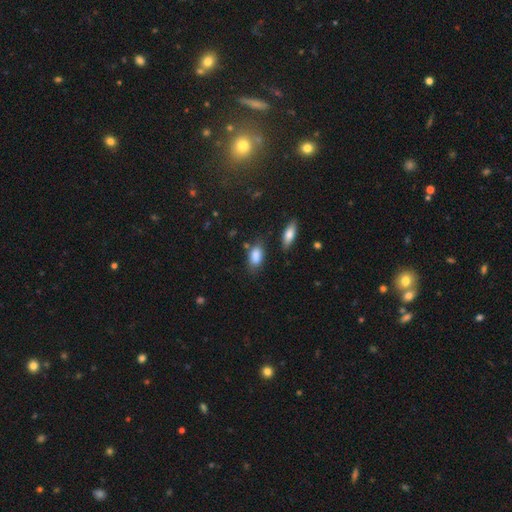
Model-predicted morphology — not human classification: Q: Smooth or featured?
A: smooth (85%); runner-up: star or artifact (8%)
Q: How rounded?
A: in between (88%); runner-up: cigar-shaped (6%)
Q: Merging?
A: none (66%); runner-up: minor disturbance (22%)